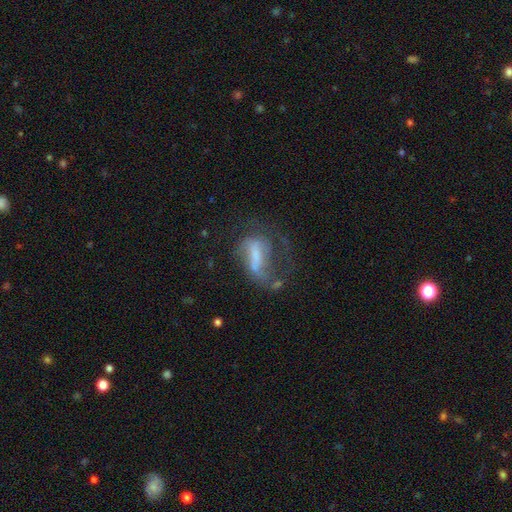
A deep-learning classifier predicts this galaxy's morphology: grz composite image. It shows a featured or disk galaxy (61%) with a strong bar (39%), spiral arms (61%) and no central bulge (34%). Merging: major disturbance (49%).